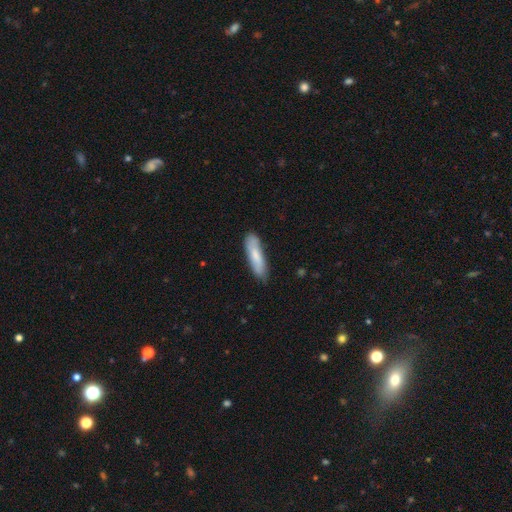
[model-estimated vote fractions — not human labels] This appears to be a smooth galaxy with no disk features (75%) that is cigar-shaped (68%). Merging: none (78%).